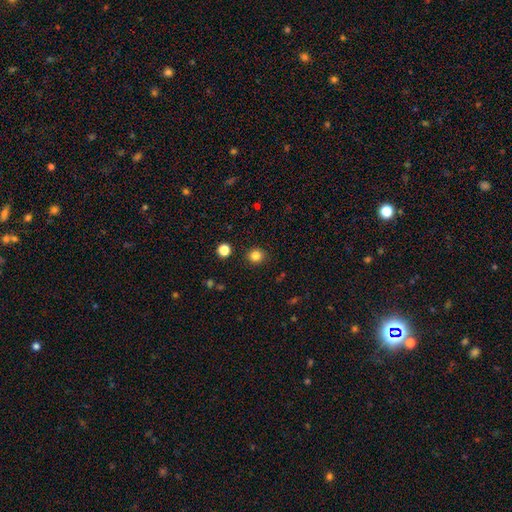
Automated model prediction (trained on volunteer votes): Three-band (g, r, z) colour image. It shows a smooth galaxy with no disk features (83%) that is round (87%). Merging: none (90%).